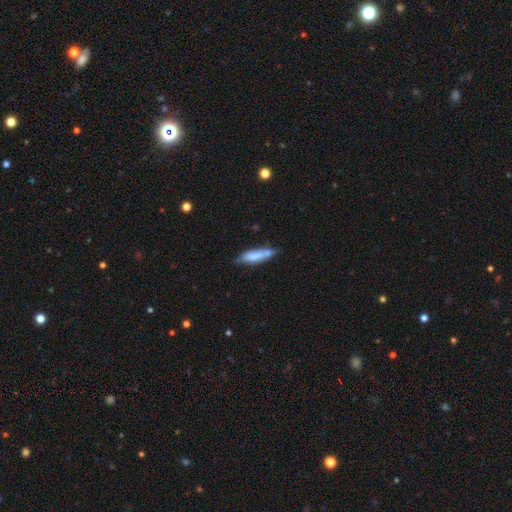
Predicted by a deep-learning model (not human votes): smooth 72%, featured or disk 21%, star or artifact 7%. Down the decision tree: how rounded — cigar-shaped (62%); merging — none (52%).